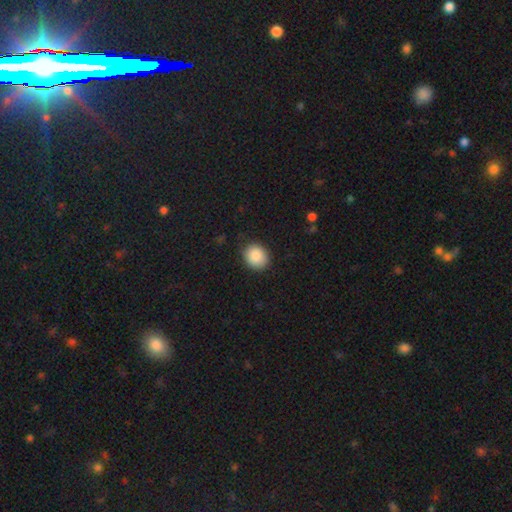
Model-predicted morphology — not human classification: smooth_or_featured: smooth (p=0.88) [alt: star or artifact p=0.08]
how_rounded: round (p=0.67) [alt: in between p=0.32]
merging: none (p=0.83) [alt: minor disturbance p=0.13]